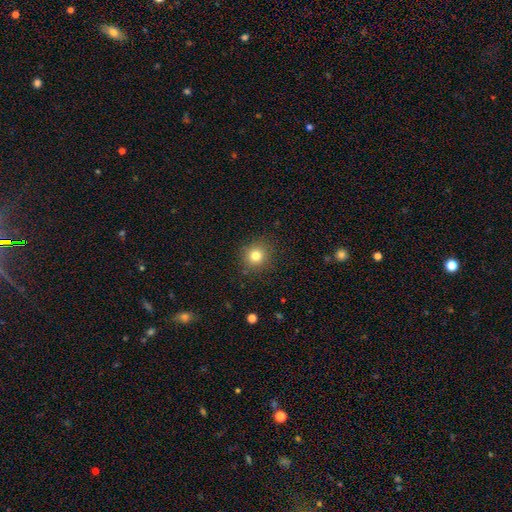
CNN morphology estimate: smooth_or_featured: smooth (p=0.79) [alt: star or artifact p=0.13]
how_rounded: round (p=0.90) [alt: in between p=0.09]
merging: none (p=0.89) [alt: minor disturbance p=0.08]